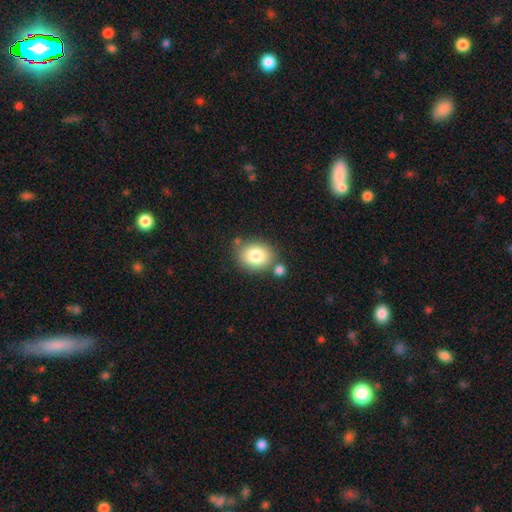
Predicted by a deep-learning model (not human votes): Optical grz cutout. It shows a smooth galaxy with no disk features (81%) that is round (53%). Merging: none (71%).